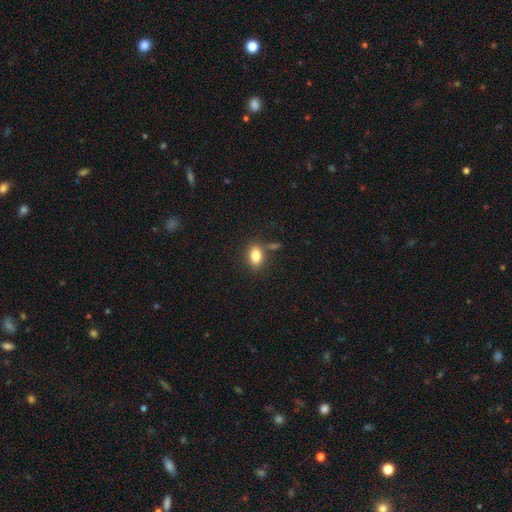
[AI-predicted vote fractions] A smooth galaxy with no disk features (83%) that is in between round and cigar-shaped (80%).

Vote fractions:
- Smooth or featured? smooth: 83% / star or artifact: 9% / featured or disk: 8%
- How rounded? in between: 80% / round: 17% / cigar-shaped: 3%
- Merging? none: 71% / minor disturbance: 14% / merger: 10% / major disturbance: 4%